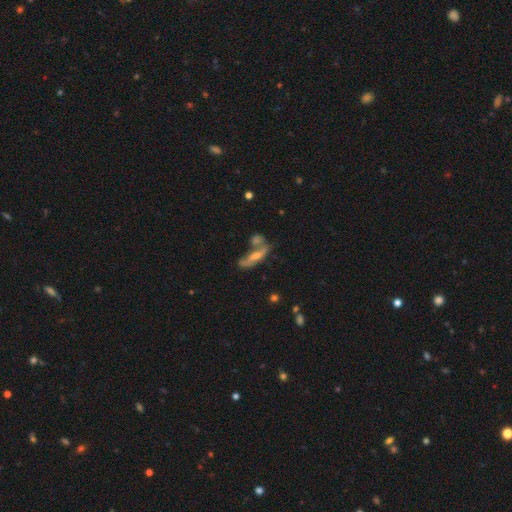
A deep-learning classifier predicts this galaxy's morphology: The model was most divided on "merging": merger: 37%, none: 33%, minor disturbance: 16%, major disturbance: 15%. More confident: smooth or featured — featured or disk (55%); edge-on disk — no (54%).